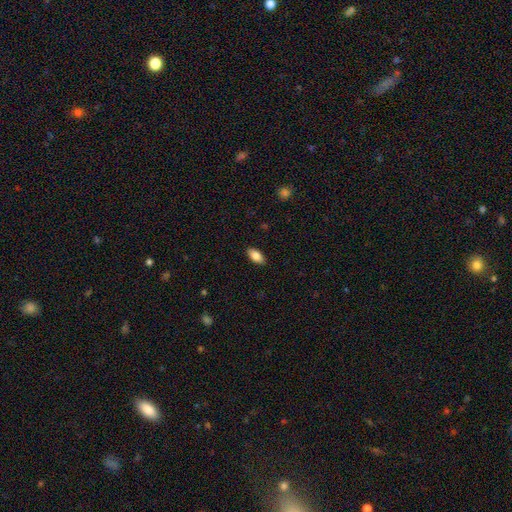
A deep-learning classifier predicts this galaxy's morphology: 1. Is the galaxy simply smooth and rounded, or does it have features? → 83% smooth, 10% featured or disk, 7% star or artifact.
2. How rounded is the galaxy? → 91% in between, 7% cigar-shaped, 3% round.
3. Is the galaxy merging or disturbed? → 89% none, 8% minor disturbance, 2% major disturbance, 1% merger.